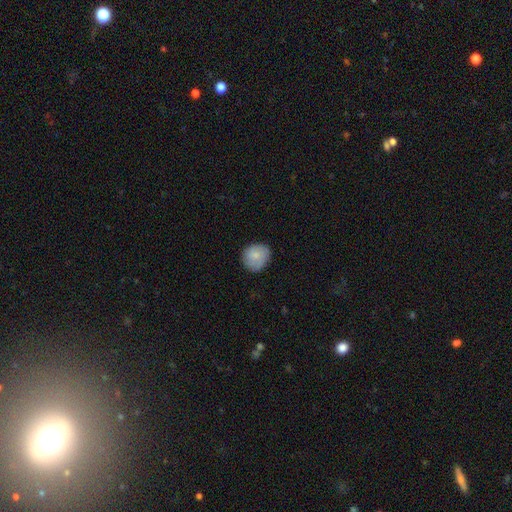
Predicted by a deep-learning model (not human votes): Smooth or featured? smooth (81%)
How rounded? round (78%)
Merging? none (77%)